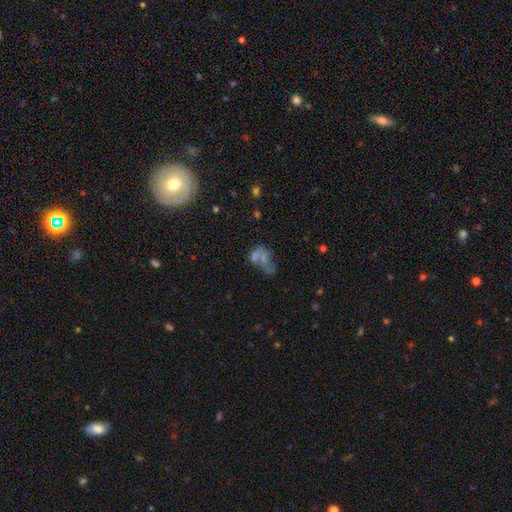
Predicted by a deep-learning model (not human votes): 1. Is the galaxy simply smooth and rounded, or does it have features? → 43% smooth, 33% featured or disk, 25% star or artifact.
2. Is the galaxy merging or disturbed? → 41% merger, 27% none, 19% major disturbance, 13% minor disturbance.